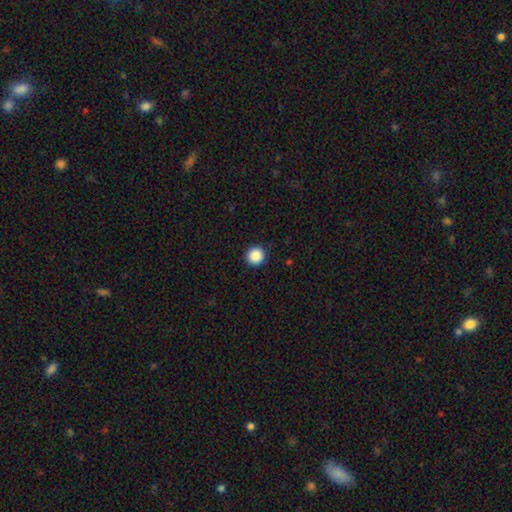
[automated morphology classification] smooth_or_featured: smooth (p=0.88) [alt: star or artifact p=0.09]
how_rounded: round (p=0.96) [alt: in between p=0.03]
merging: none (p=0.93) [alt: minor disturbance p=0.04]